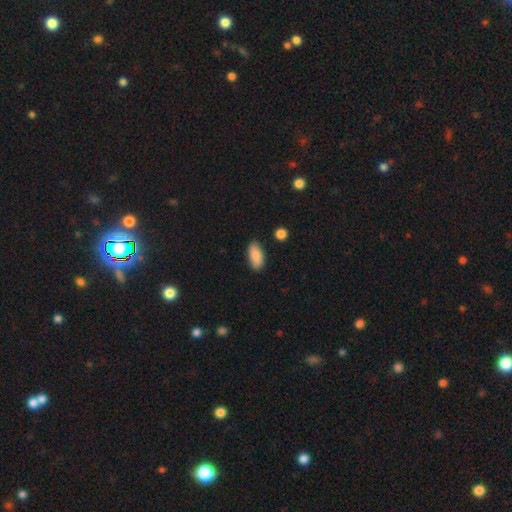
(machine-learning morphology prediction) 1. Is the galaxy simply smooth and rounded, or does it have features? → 84% smooth, 10% featured or disk, 7% star or artifact.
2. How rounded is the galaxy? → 90% in between, 7% cigar-shaped, 3% round.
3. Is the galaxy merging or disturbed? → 84% none, 12% minor disturbance, 2% major disturbance, 2% merger.